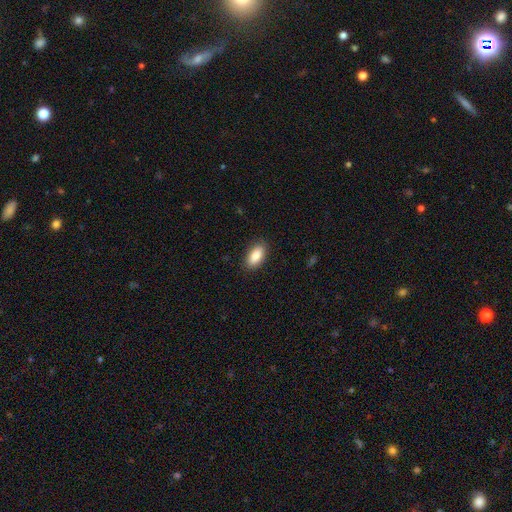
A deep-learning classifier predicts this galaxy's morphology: Smooth or featured? Predicted: smooth (p=0.87). How rounded? Predicted: in between (p=0.91). Merging? Predicted: none (p=0.89).